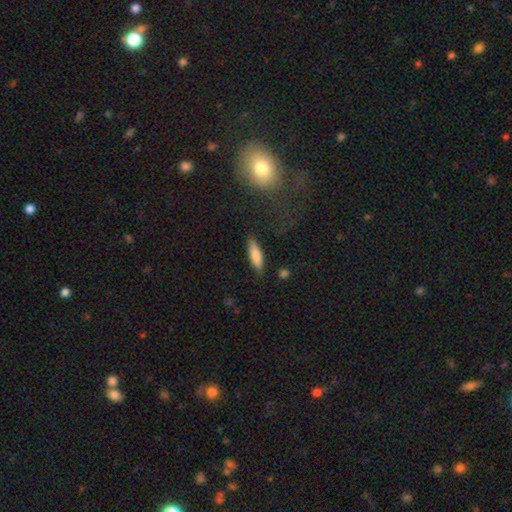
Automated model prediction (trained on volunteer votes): smooth-or-featured: smooth: 83% | featured or disk: 11% | star or artifact: 6%
  how-rounded: cigar-shaped: 57% | in between: 41% | round: 2%
  merging: none: 84% | minor disturbance: 12% | major disturbance: 3% | merger: 2%